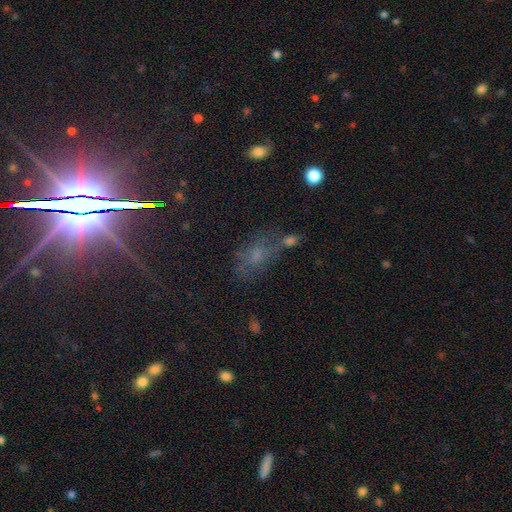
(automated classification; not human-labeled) Overall: smooth (48%; star or artifact 29%). Merging: none (45%; minor disturbance 21%).